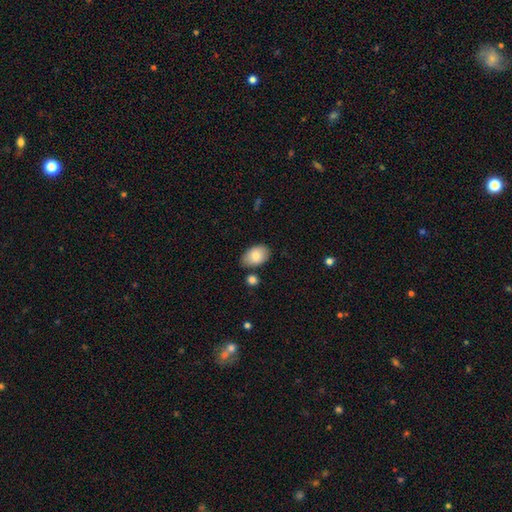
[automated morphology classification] Smooth or featured?
  - smooth: 80% *
  - featured or disk: 13%
  - star or artifact: 7%
How rounded?
  - in between: 90% *
  - round: 9%
  - cigar-shaped: 1%
Merging?
  - none: 76% *
  - minor disturbance: 15%
  - merger: 6%
  - major disturbance: 3%